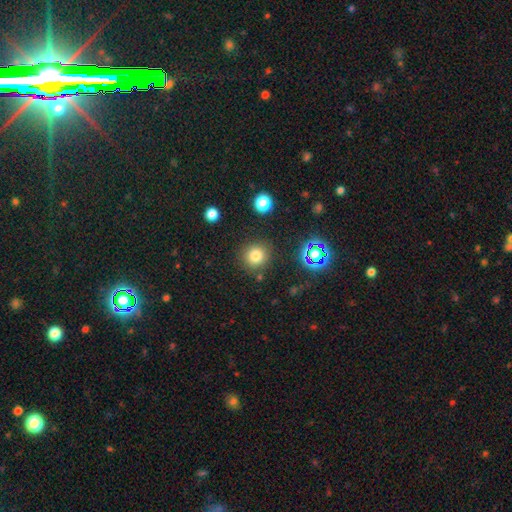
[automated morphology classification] Smooth or featured: smooth — 77% (star or artifact — 16%)
How rounded: round — 91% (in between — 8%)
Merging: none — 85% (minor disturbance — 8%)